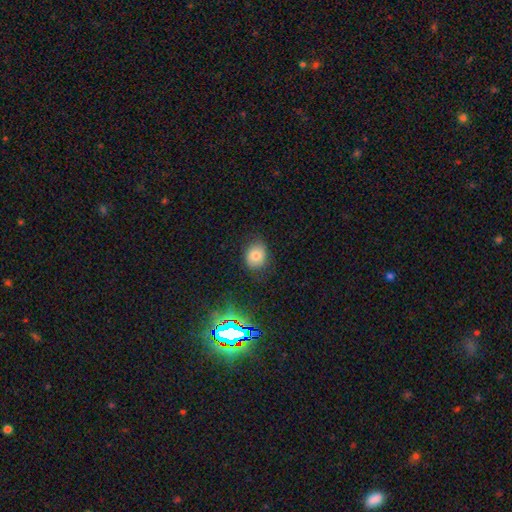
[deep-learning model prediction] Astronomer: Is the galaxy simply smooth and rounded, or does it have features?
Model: smooth — 75%.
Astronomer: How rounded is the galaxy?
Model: round — 58% (runner-up: in between, 41%).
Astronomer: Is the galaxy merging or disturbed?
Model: none — 78%.